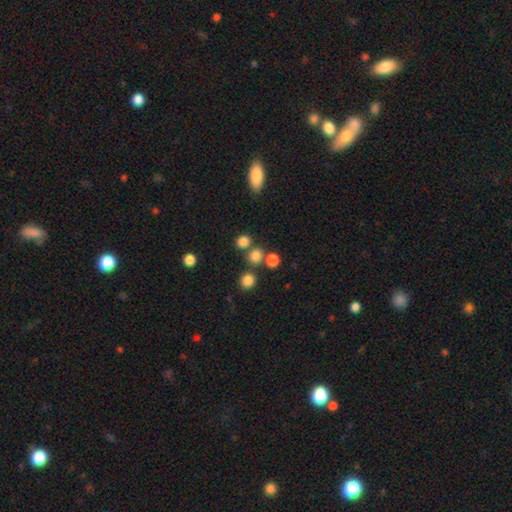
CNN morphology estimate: smooth_or_featured: smooth (p=0.78) [alt: star or artifact p=0.16]
how_rounded: round (p=0.84) [alt: in between p=0.15]
merging: none (p=0.69) [alt: merger p=0.20]